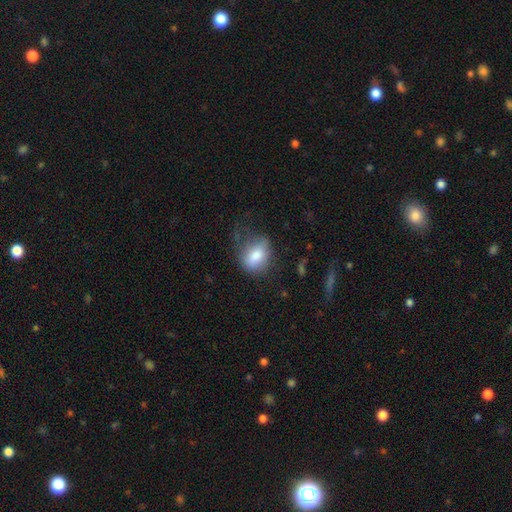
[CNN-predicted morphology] The model was most divided on "merging": none: 44%, minor disturbance: 30%, major disturbance: 24%, merger: 2%. More confident: smooth or featured — smooth (79%); how rounded — in between (68%).